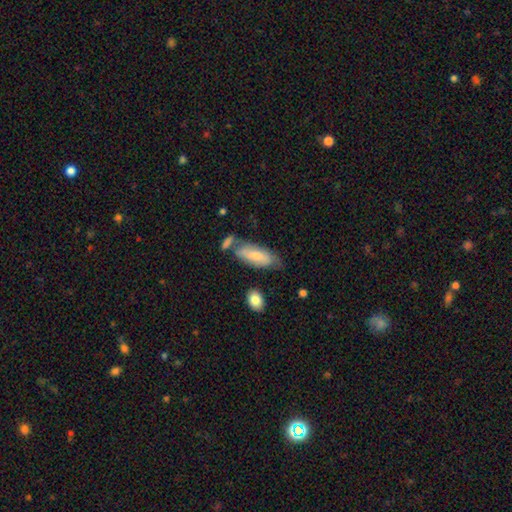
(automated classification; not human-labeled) Overall: smooth (66%; featured or disk 28%). How rounded: in between (75%). Merging: none (53%; minor disturbance 26%).